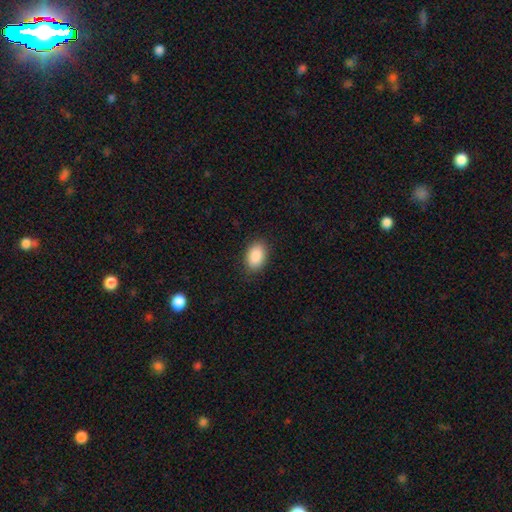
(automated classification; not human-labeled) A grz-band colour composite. It shows a smooth galaxy with no disk features (90%) that is in between round and cigar-shaped (88%). Merging: none (87%).